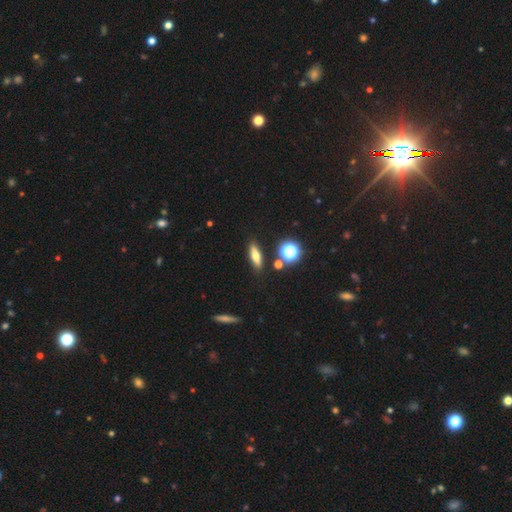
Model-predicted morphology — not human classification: The model was most divided on "how rounded": cigar-shaped: 54%, in between: 34%, round: 12%. More confident: merging — none (86%); smooth or featured — smooth (57%).